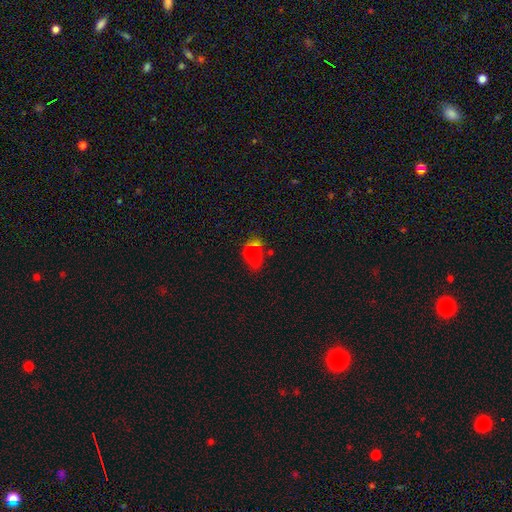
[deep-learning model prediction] smooth-or-featured: smooth: 59% | featured or disk: 25% | star or artifact: 16%
  how-rounded: in between: 66% | round: 32% | cigar-shaped: 3%
  merging: merger: 35% | none: 25% | major disturbance: 23% | minor disturbance: 17%